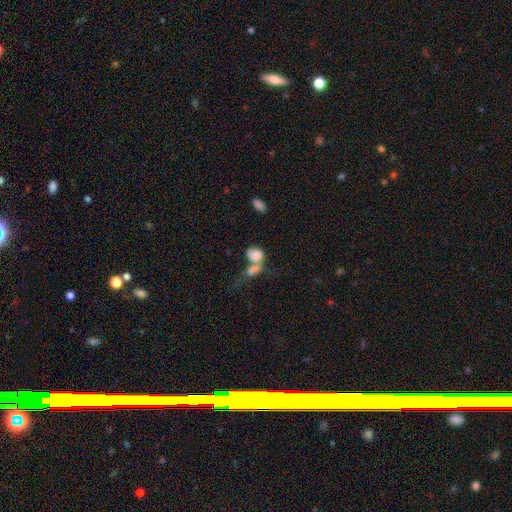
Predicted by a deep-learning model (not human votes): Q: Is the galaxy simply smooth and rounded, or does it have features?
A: smooth — 73%.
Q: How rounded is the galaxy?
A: in between — 51%.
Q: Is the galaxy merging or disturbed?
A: merger — 60%.